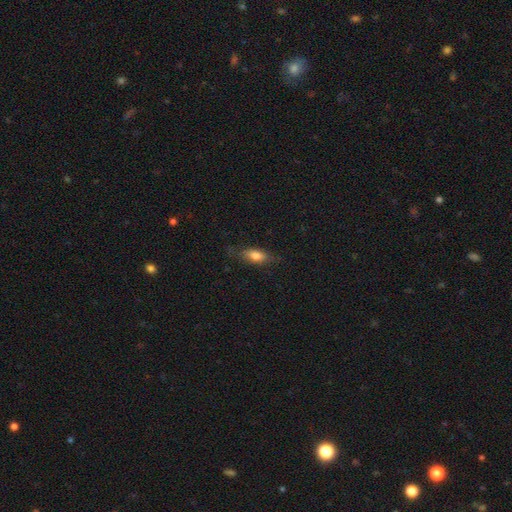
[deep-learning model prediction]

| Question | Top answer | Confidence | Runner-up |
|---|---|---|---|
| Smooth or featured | smooth | 74% | featured or disk (18%) |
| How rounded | in between | 71% | cigar-shaped (26%) |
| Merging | none | 74% | minor disturbance (20%) |